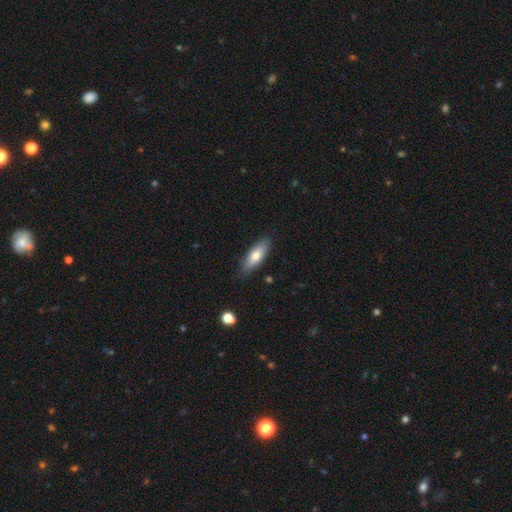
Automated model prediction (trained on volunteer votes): A smooth galaxy with no disk features (72%) that is in between round and cigar-shaped (64%). Merging: none (83%).